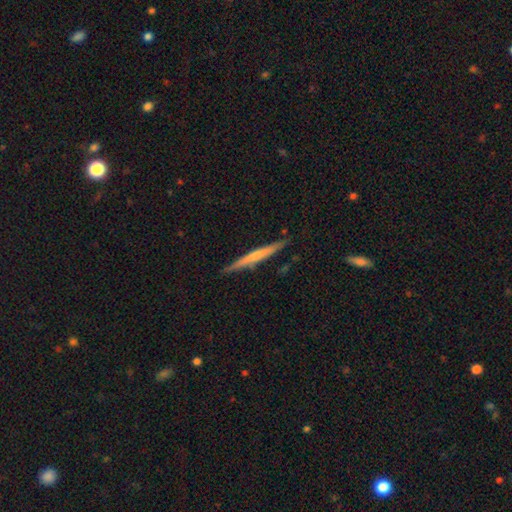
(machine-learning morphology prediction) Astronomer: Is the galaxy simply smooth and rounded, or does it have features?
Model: featured or disk — 54% (runner-up: smooth, 41%).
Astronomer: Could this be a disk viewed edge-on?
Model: yes — 97%.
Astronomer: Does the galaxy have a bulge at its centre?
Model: none — 58% (runner-up: rounded, 35%).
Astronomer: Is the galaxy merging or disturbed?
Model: none — 89%.